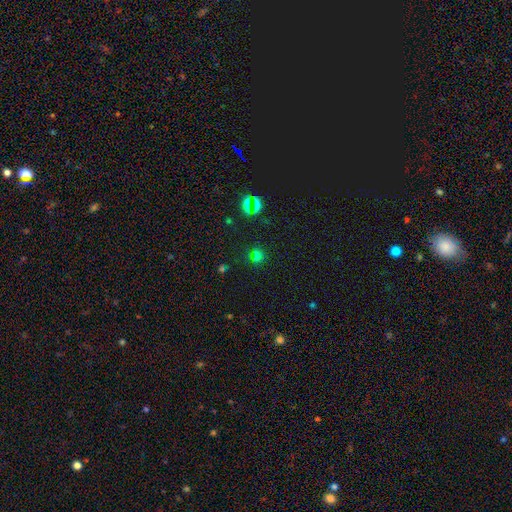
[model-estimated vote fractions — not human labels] A smooth galaxy with no disk features (51%) that is round (65%).

Vote fractions:
- Smooth or featured? smooth: 51% / star or artifact: 42% / featured or disk: 7%
- How rounded? round: 65% / in between: 32% / cigar-shaped: 2%
- Merging? none: 76% / minor disturbance: 13% / major disturbance: 6% / merger: 6%